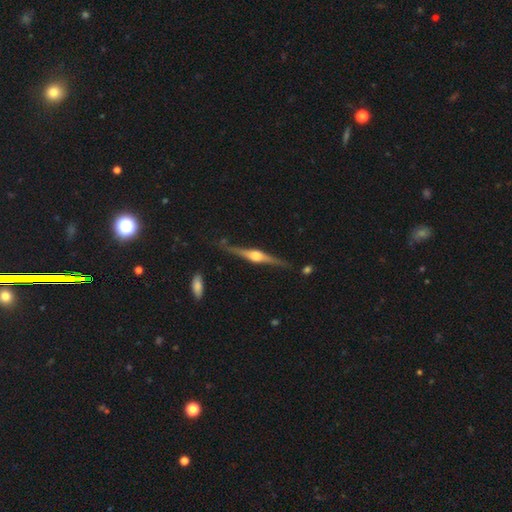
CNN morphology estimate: type=featured or disk (85%); edge-on=yes (98%); edge-on bulge=rounded (91%); merging=none (84%).